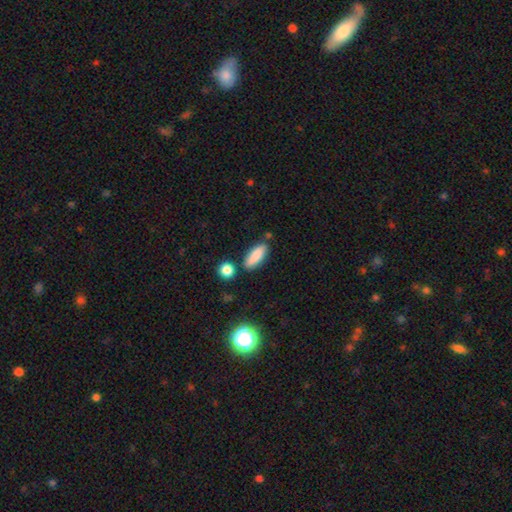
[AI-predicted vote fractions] smooth 85%, featured or disk 8%, star or artifact 7%. Down the decision tree: how rounded — in between (63%); merging — none (78%).